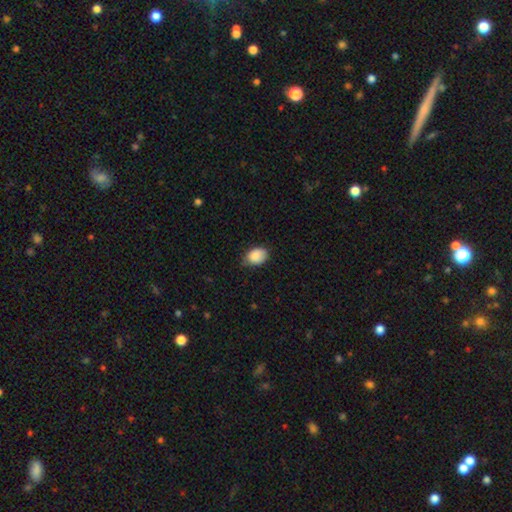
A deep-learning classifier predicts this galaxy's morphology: smooth_or_featured: smooth (p=0.87) [alt: star or artifact p=0.08]
how_rounded: in between (p=0.77) [alt: round p=0.22]
merging: none (p=0.62) [alt: minor disturbance p=0.32]